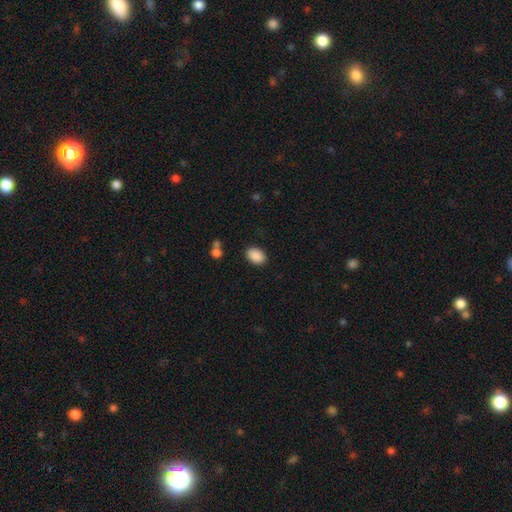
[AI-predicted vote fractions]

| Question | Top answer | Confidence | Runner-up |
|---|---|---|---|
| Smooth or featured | smooth | 89% | star or artifact (8%) |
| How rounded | in between | 82% | round (17%) |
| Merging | none | 87% | minor disturbance (8%) |